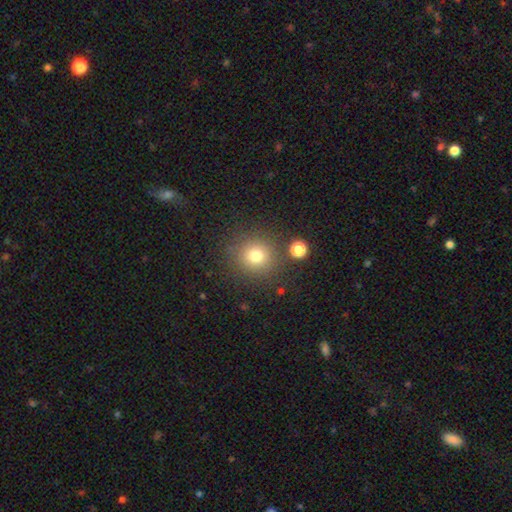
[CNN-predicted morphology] Smooth or featured? Predicted: smooth (p=0.76). How rounded? Predicted: round (p=0.91). Merging? Predicted: none (p=0.84).